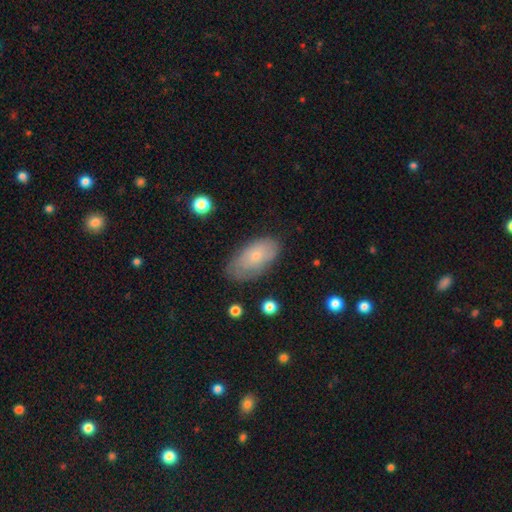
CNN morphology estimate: A smooth galaxy with no disk features (63%) that is in between round and cigar-shaped (92%). Merging: none (70%).